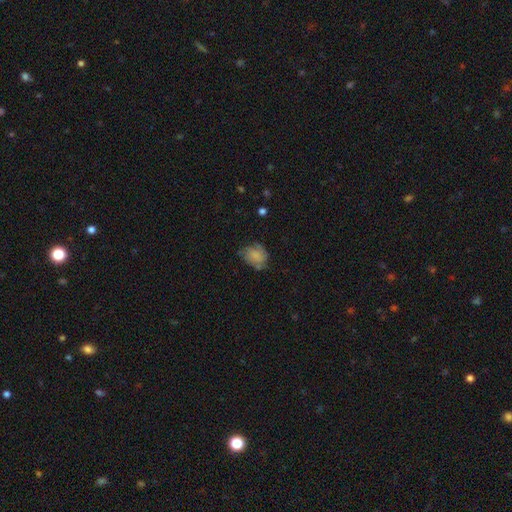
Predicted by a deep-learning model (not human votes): A smooth galaxy with no disk features (64%) that is in between round and cigar-shaped (51%). Merging: none (51%).